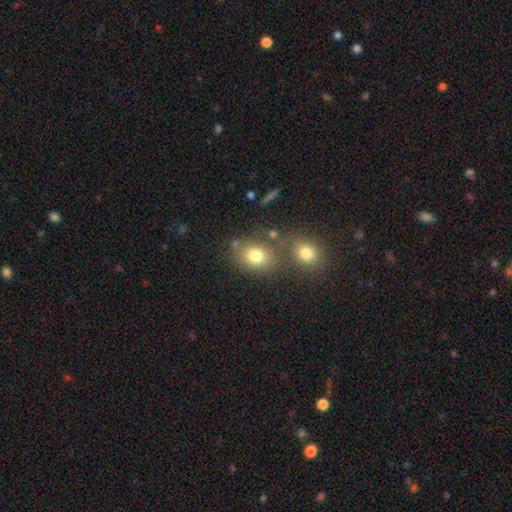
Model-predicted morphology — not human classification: A smooth galaxy with no disk features (78%) that is in between round and cigar-shaped (50%). Merging: none (60%).